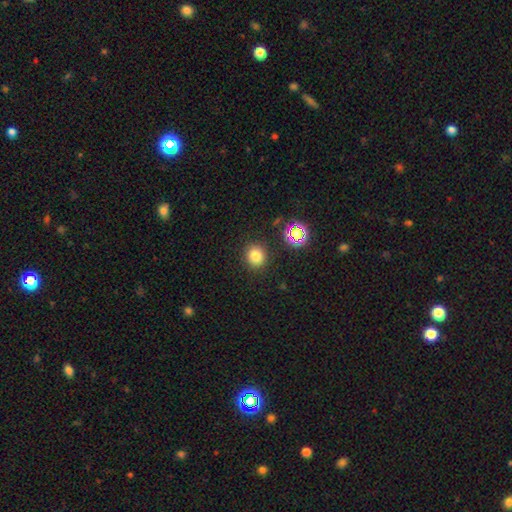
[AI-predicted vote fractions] Smooth or featured?
  - smooth: 76% *
  - star or artifact: 18%
  - featured or disk: 6%
How rounded?
  - round: 84% *
  - in between: 15%
  - cigar-shaped: 1%
Merging?
  - none: 88% *
  - minor disturbance: 7%
  - major disturbance: 3%
  - merger: 2%